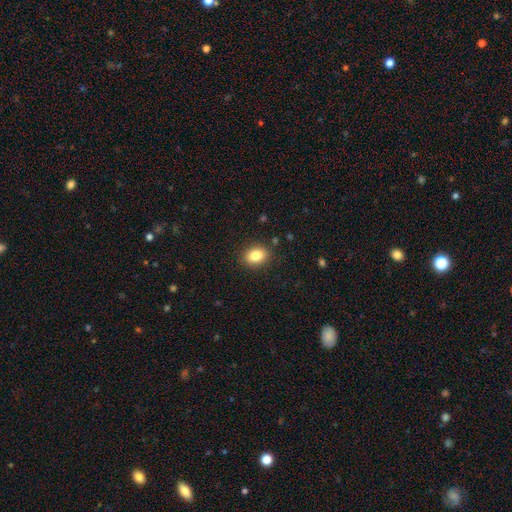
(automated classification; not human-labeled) smooth 84%, star or artifact 9%, featured or disk 7%. Down the decision tree: how rounded — in between (71%); merging — none (88%).